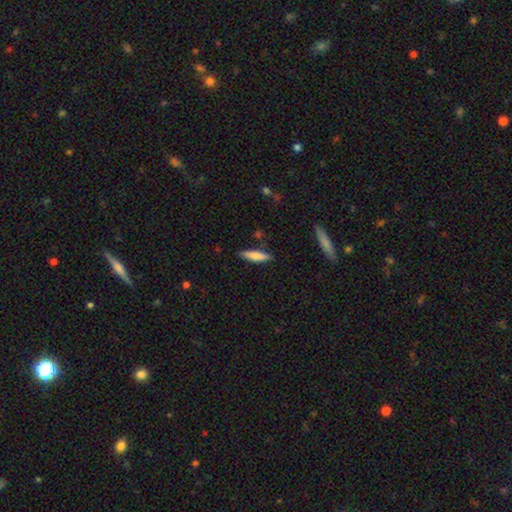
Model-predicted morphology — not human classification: Overall: smooth (74%). How rounded: cigar-shaped (75%). Merging: none (85%).